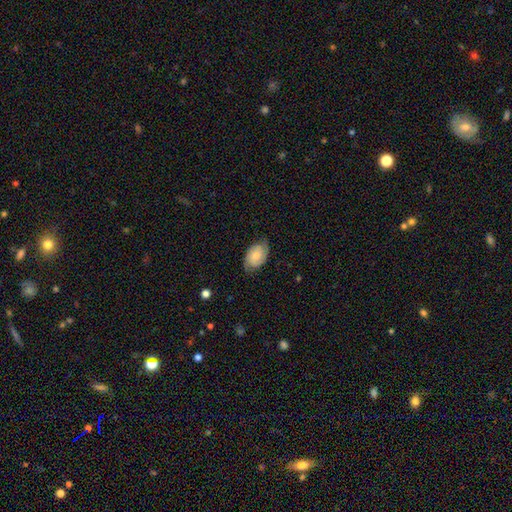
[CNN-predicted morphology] A featured or disk galaxy (56%) with no bar (67%), spiral arms (92%) and a small central bulge (41%).

Vote fractions:
- Smooth or featured? featured or disk: 56% / smooth: 37% / star or artifact: 8%
- Edge-on disk? no: 96% / yes: 4%
- Bar? no: 67% / weak: 28% / strong: 5%
- Spiral arms? yes: 92% / no: 8%
- Bulge size? small: 41% / moderate: 31% / none: 20% / large: 7% / dominant: 2%
- Merging? none: 73% / minor disturbance: 20% / major disturbance: 6% / merger: 1%